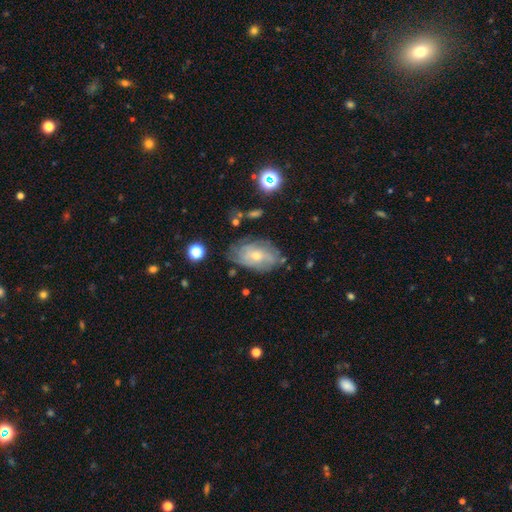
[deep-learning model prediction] Morphology: type=featured or disk (55%); edge-on=no (94%); bar=no (76%); spiral arms=yes (70%); bulge=small (55%); merging=none (64%).